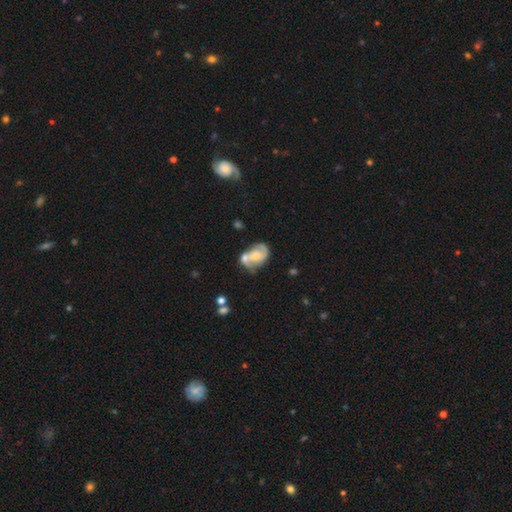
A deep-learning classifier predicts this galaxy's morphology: Q: Smooth or featured?
A: featured or disk (68%); runner-up: smooth (25%)
Q: Edge-on disk?
A: no (97%); runner-up: yes (3%)
Q: Bar?
A: no (64%); runner-up: weak (30%)
Q: Spiral arms?
A: yes (84%); runner-up: no (16%)
Q: Spiral winding?
A: medium (47%); runner-up: tight (31%)
Q: Spiral arm count?
A: 2 (79%); runner-up: can't tell (11%)
Q: Bulge size?
A: small (45%); runner-up: moderate (36%)
Q: Merging?
A: merger (36%); runner-up: none (34%)